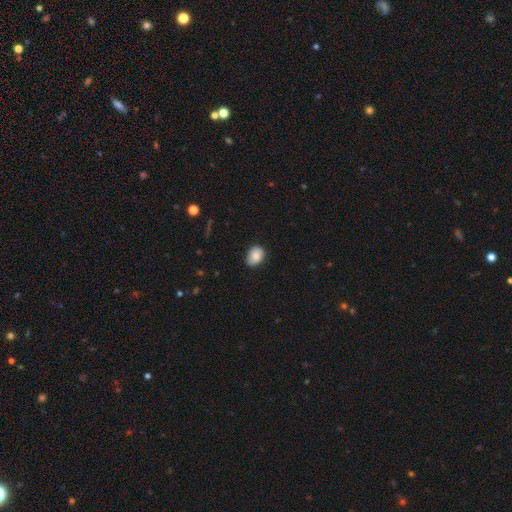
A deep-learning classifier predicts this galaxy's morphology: This appears to be a smooth galaxy with no disk features (84%) that is in between round and cigar-shaped (71%). Merging: none (78%).